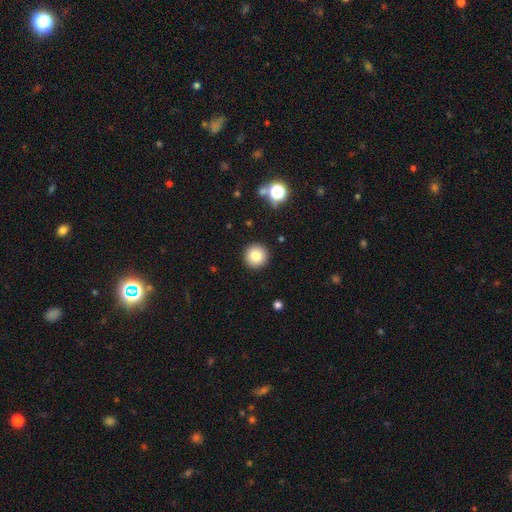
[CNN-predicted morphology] This appears to be a smooth galaxy with no disk features (82%) that is round (96%). Merging: none (92%).